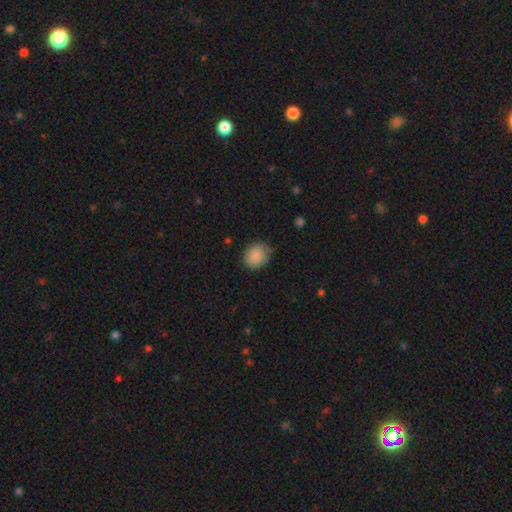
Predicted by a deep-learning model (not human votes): A smooth galaxy with no disk features (87%) that is round (64%). Merging: none (75%).